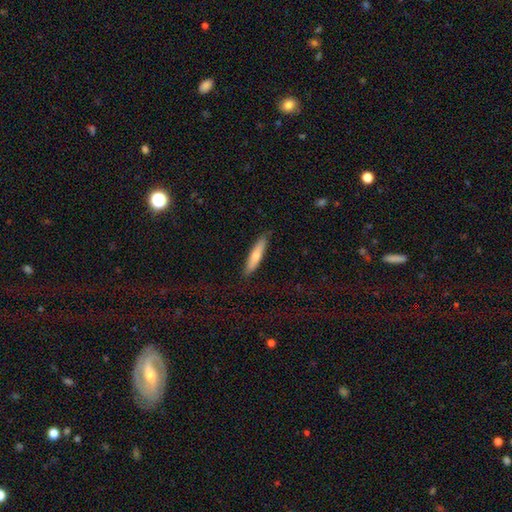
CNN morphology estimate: smooth 70%, featured or disk 24%, star or artifact 6%. Down the decision tree: how rounded — cigar-shaped (82%); merging — none (87%).